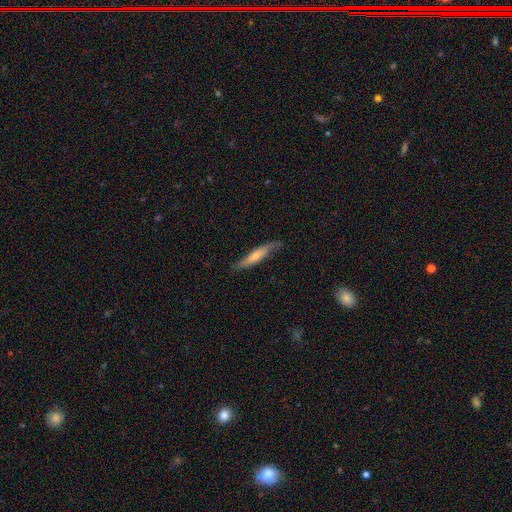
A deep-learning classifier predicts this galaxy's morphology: A smooth galaxy with no disk features (54%) that is cigar-shaped (85%).

Vote fractions:
- Smooth or featured? smooth: 54% / featured or disk: 40% / star or artifact: 6%
- How rounded? cigar-shaped: 85% / in between: 13% / round: 2%
- Merging? none: 73% / minor disturbance: 20% / major disturbance: 5% / merger: 2%